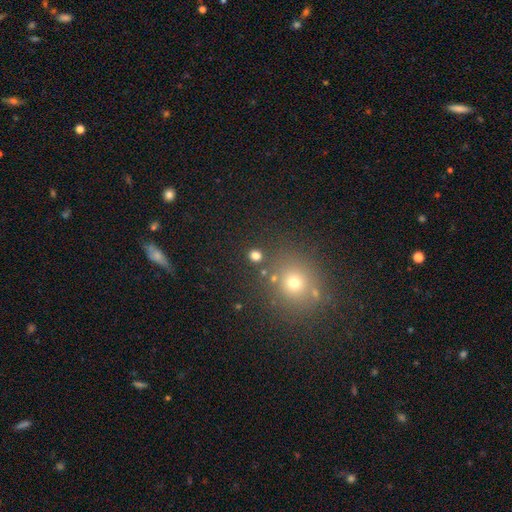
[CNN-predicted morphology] Smooth or featured? smooth (75%)
How rounded? round (87%)
Merging? none (84%)